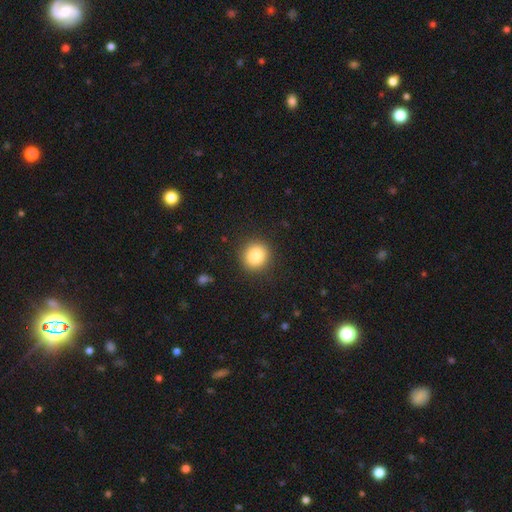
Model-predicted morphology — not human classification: This is clearly a smooth galaxy (85%). How rounded: clearly round (91%). Merging: clearly none (90%).